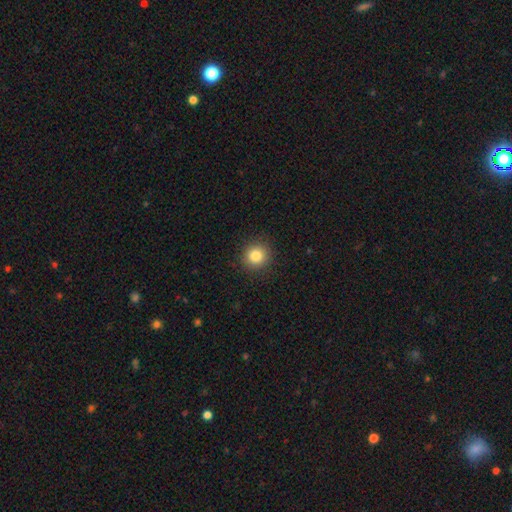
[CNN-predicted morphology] Smooth or featured? Predicted: smooth (p=0.84). How rounded? Predicted: round (p=0.92). Merging? Predicted: none (p=0.91).